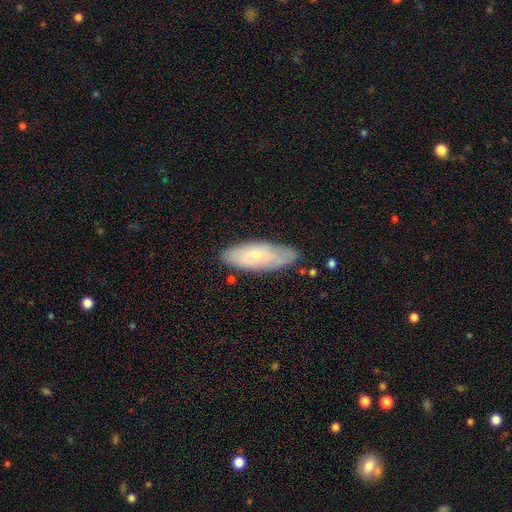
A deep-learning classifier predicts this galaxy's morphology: A smooth galaxy with no disk features (62%) that is in between round and cigar-shaped (70%). Merging: none (77%).